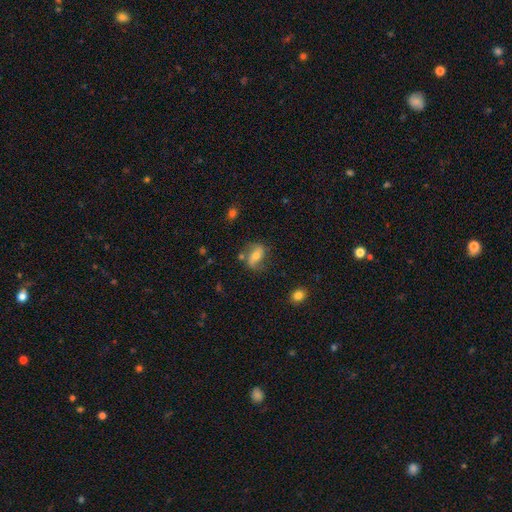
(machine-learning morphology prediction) Q: Smooth or featured?
A: smooth (48%); runner-up: featured or disk (43%)
Q: Merging?
A: none (62%); runner-up: minor disturbance (21%)